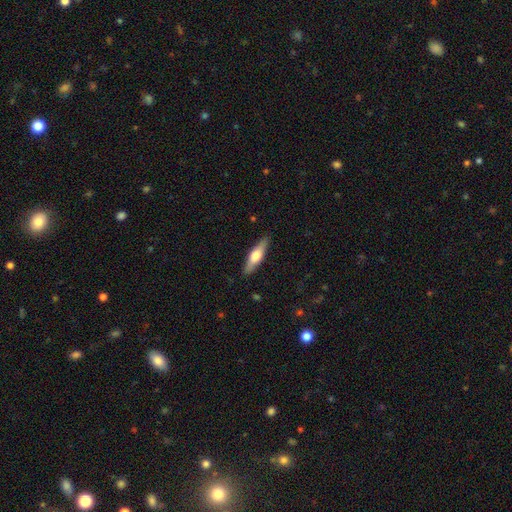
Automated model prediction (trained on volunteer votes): Overall: featured or disk (48%; smooth 46%). Merging: none (88%).